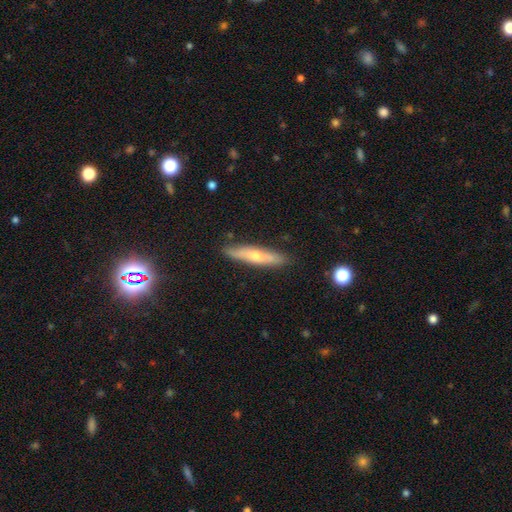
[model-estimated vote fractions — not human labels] This is possibly a featured or disk galaxy (48%). Merging: clearly none (85%).